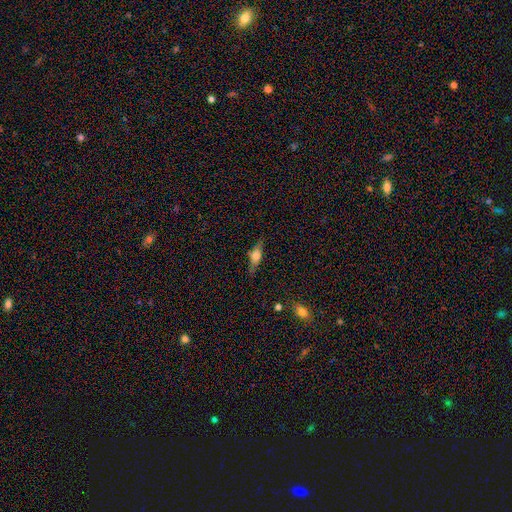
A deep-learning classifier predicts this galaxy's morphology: Overall: featured or disk (54%; smooth 38%). Edge-on disk: yes (92%). Merging: none (81%).